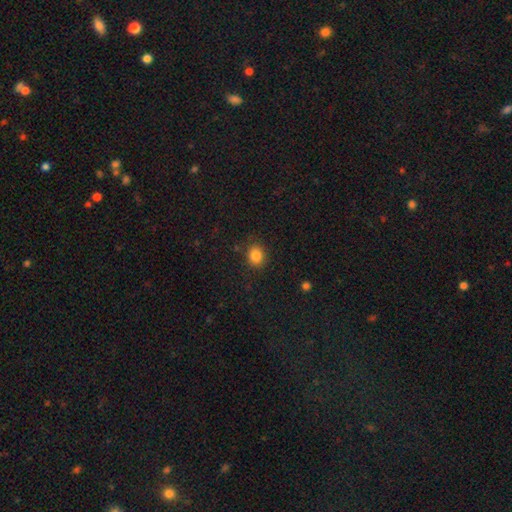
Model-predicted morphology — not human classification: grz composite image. It shows a smooth galaxy with no disk features (84%) that is round (72%). Merging: none (87%).